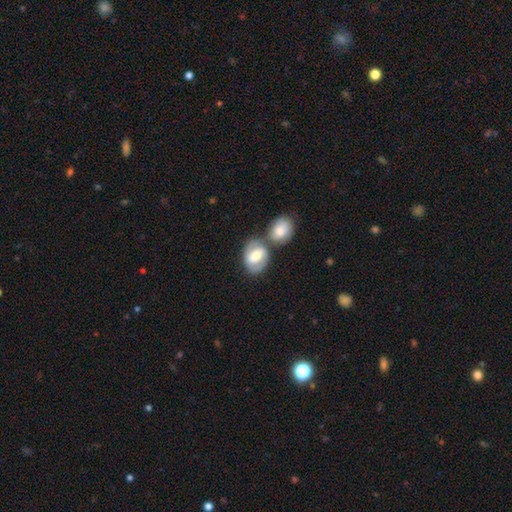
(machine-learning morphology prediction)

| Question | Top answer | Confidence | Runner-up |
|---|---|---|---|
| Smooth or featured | smooth | 52% | featured or disk (42%) |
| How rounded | in between | 70% | round (29%) |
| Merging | merger | 43% | none (40%) |